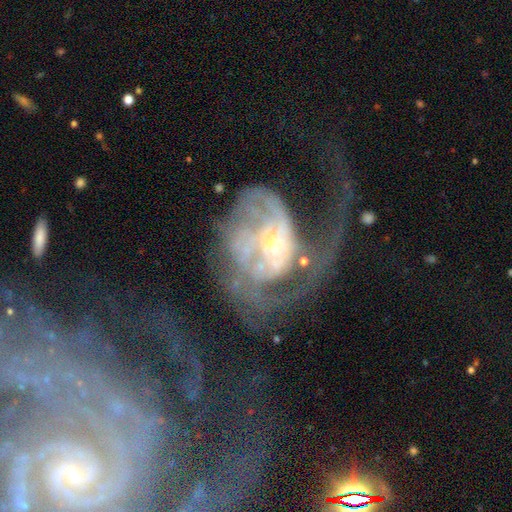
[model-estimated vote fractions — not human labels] Morphology: type=featured or disk (84%); edge-on=no (97%); bar=no (66%); spiral arms=yes (88%); winding=medium (38%); arm count=2 (30%, tied with can't tell); bulge=small (66%); merging=major disturbance (59%).